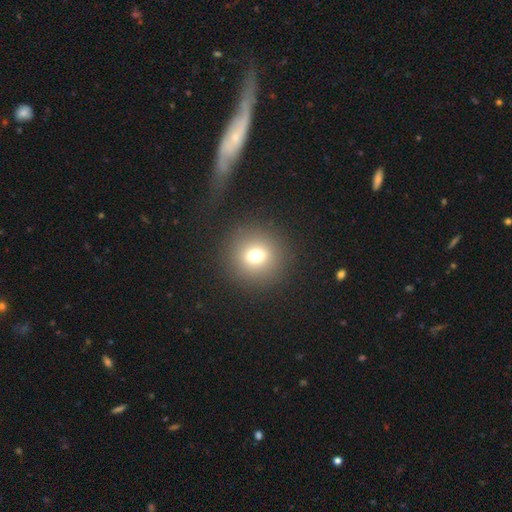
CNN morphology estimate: Overall: smooth (70%). How rounded: round (88%). Merging: none (89%).